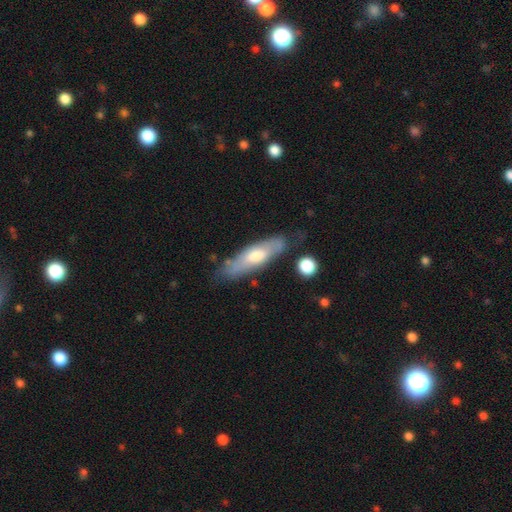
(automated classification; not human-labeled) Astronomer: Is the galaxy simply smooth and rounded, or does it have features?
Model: featured or disk — 49% (runner-up: smooth, 44%).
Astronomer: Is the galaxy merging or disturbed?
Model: none — 76%.